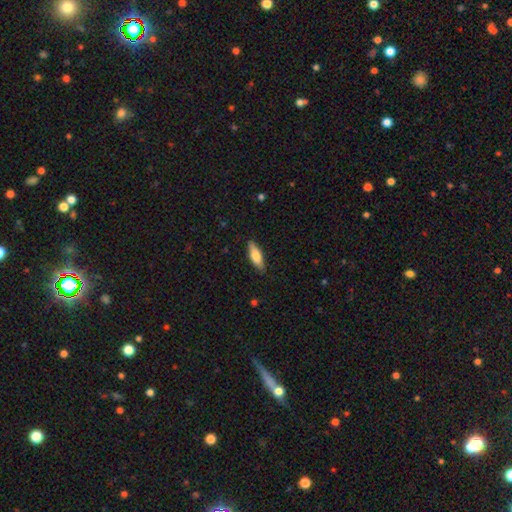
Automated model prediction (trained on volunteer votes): Smooth or featured? Predicted: smooth (p=0.70). How rounded? Predicted: in between (p=0.54). Merging? Predicted: none (p=0.87).